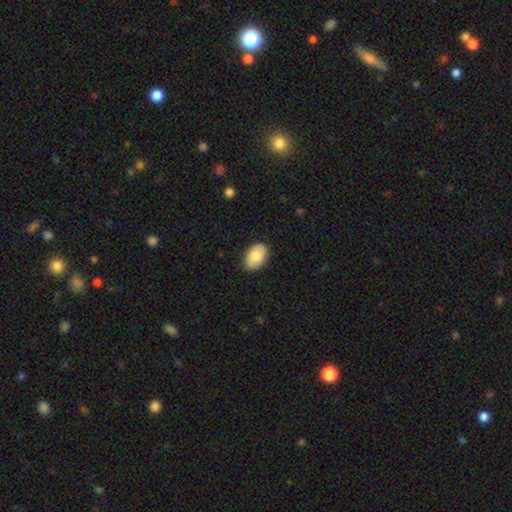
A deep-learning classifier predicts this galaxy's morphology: Q: Smooth or featured?
A: smooth (80%); runner-up: featured or disk (14%)
Q: How rounded?
A: in between (91%); runner-up: round (8%)
Q: Merging?
A: none (86%); runner-up: minor disturbance (11%)